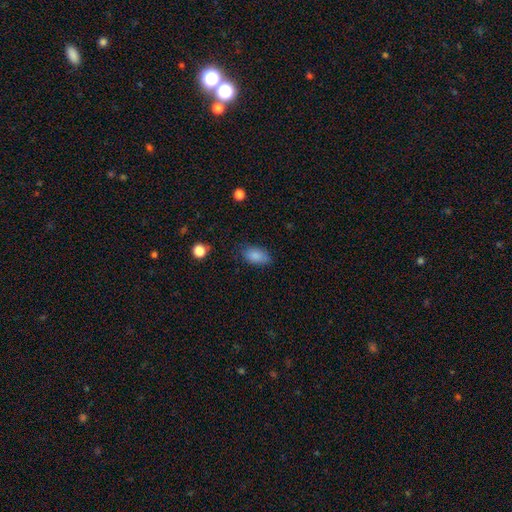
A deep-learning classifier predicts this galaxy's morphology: Smooth or featured?
  - smooth: 86% *
  - star or artifact: 8%
  - featured or disk: 6%
How rounded?
  - in between: 91% *
  - round: 6%
  - cigar-shaped: 3%
Merging?
  - none: 77% *
  - minor disturbance: 18%
  - major disturbance: 4%
  - merger: 1%